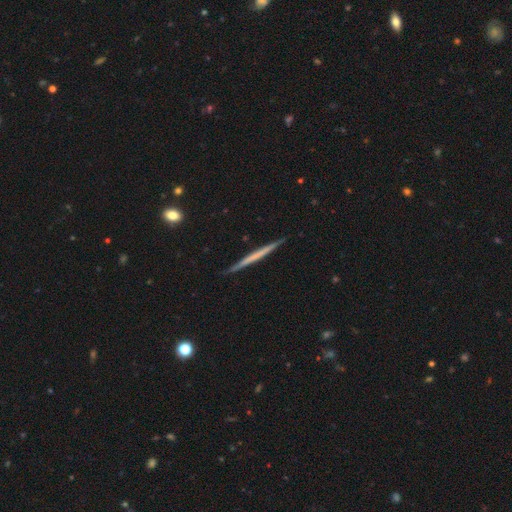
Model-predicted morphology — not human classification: Smooth or featured? Predicted: featured or disk (p=0.55). Edge-on disk? Predicted: yes (p=0.98). Edge-on bulge? Predicted: none (p=0.91). Merging? Predicted: none (p=0.91).